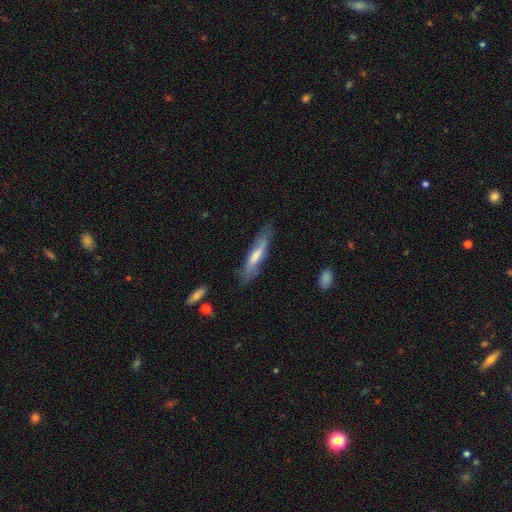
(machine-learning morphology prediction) A smooth galaxy with no disk features (50%). Merging: none (77%).